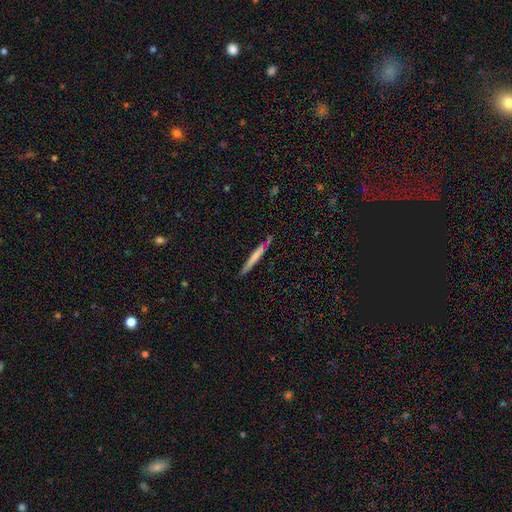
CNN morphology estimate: smooth-or-featured: smooth: 56% | featured or disk: 38% | star or artifact: 6%
  how-rounded: cigar-shaped: 96% | in between: 2% | round: 1%
  merging: none: 84% | minor disturbance: 11% | merger: 2% | major disturbance: 2%